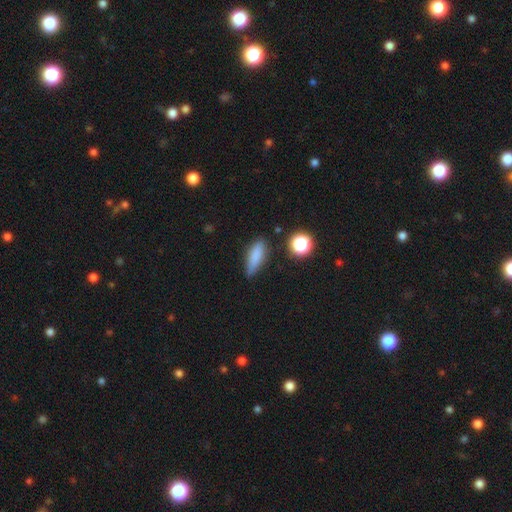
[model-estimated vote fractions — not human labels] smooth 78%, featured or disk 12%, star or artifact 11%. Down the decision tree: how rounded — cigar-shaped (50%); merging — none (70%).